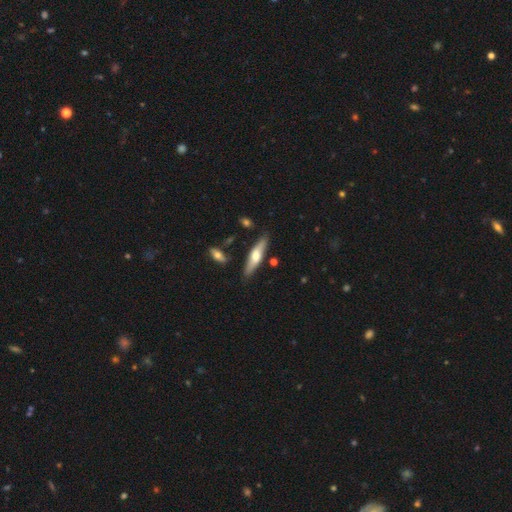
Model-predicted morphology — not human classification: Smooth or featured? Predicted: featured or disk (p=0.48). Merging? Predicted: none (p=0.82).